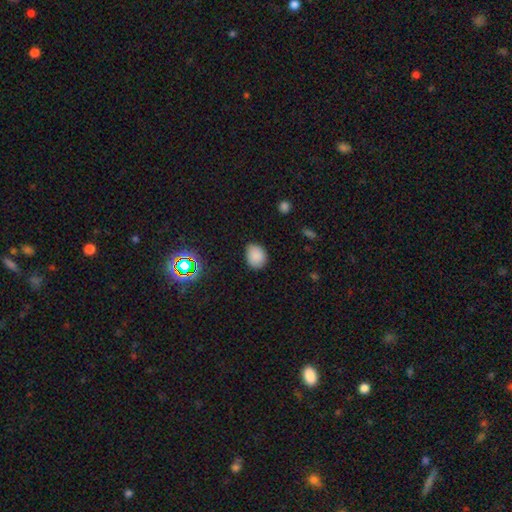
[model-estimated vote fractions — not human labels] Q: Smooth or featured?
A: smooth (85%); runner-up: star or artifact (11%)
Q: How rounded?
A: round (54%); runner-up: in between (45%)
Q: Merging?
A: none (81%); runner-up: minor disturbance (15%)